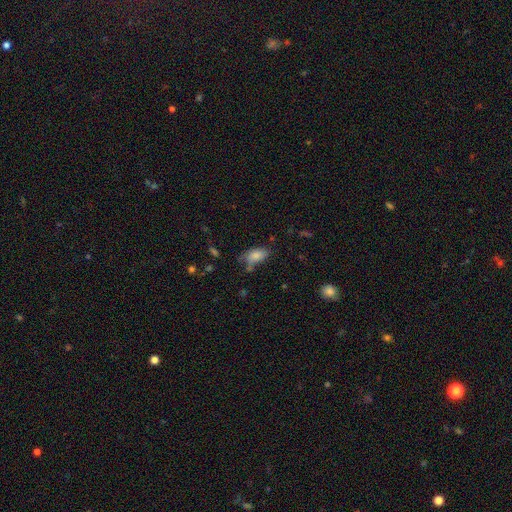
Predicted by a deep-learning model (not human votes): Q: Smooth or featured?
A: smooth (82%); runner-up: featured or disk (9%)
Q: How rounded?
A: in between (90%); runner-up: cigar-shaped (5%)
Q: Merging?
A: none (55%); runner-up: minor disturbance (25%)